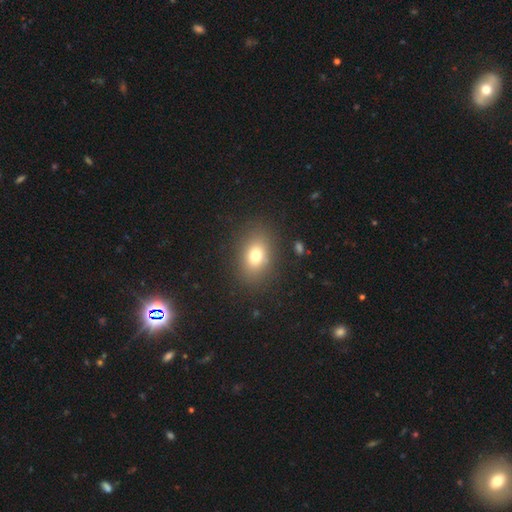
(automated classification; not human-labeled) Smooth or featured?
  - smooth: 76% *
  - star or artifact: 12%
  - featured or disk: 12%
How rounded?
  - in between: 71% *
  - round: 28%
  - cigar-shaped: 1%
Merging?
  - none: 85% *
  - minor disturbance: 9%
  - major disturbance: 4%
  - merger: 2%